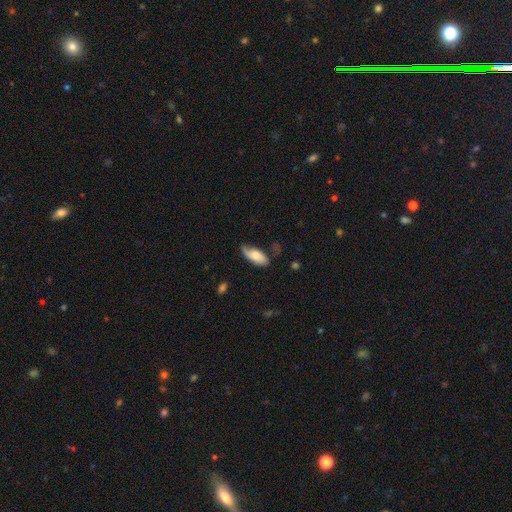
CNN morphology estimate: smooth-or-featured: smooth: 65% | featured or disk: 29% | star or artifact: 6%
  how-rounded: in between: 84% | cigar-shaped: 13% | round: 2%
  merging: none: 61% | minor disturbance: 29% | major disturbance: 8% | merger: 2%